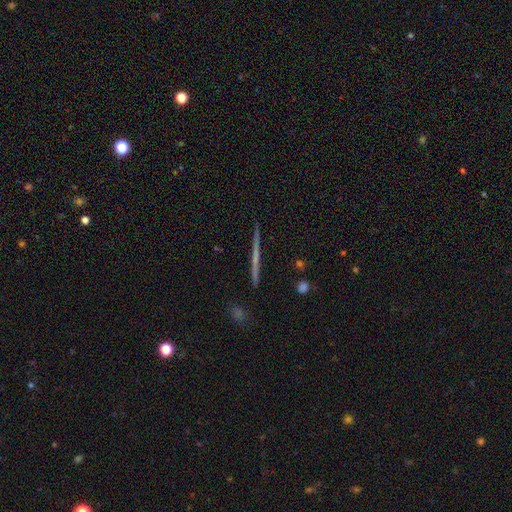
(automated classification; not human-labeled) A featured or disk galaxy (58%) viewed edge-on (94%) with no central bulge (51%).

Vote fractions:
- Smooth or featured? featured or disk: 58% / smooth: 25% / star or artifact: 17%
- Edge-on disk? yes: 94% / no: 6%
- Edge-on bulge? none: 51% / rounded: 38% / boxy: 11%
- Merging? none: 86% / minor disturbance: 8% / merger: 3% / major disturbance: 3%